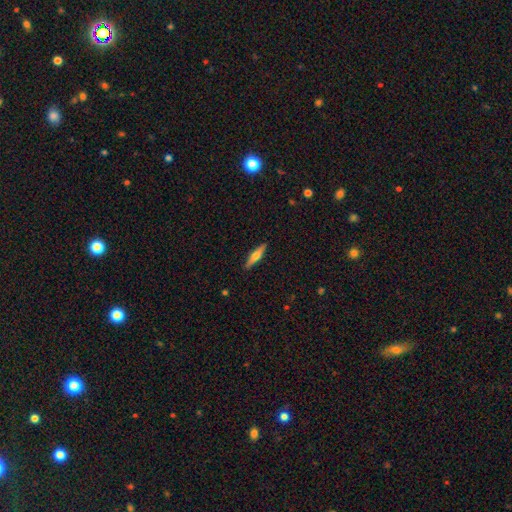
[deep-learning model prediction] smooth_or_featured: smooth (p=0.51) [alt: featured or disk p=0.43]
how_rounded: cigar-shaped (p=0.80) [alt: in between p=0.18]
merging: none (p=0.90) [alt: minor disturbance p=0.08]